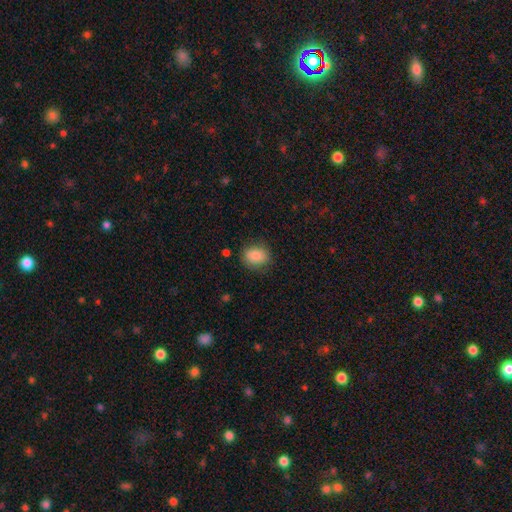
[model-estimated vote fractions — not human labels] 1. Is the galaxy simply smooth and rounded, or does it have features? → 87% smooth, 8% star or artifact, 5% featured or disk.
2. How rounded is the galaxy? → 51% in between, 48% round, 1% cigar-shaped.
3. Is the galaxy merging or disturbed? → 81% none, 14% minor disturbance, 4% major disturbance, 1% merger.